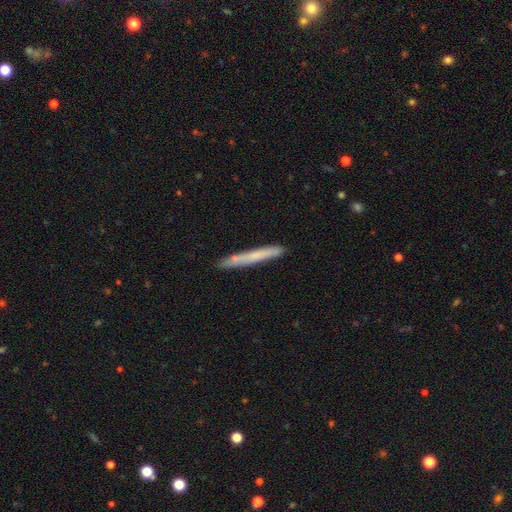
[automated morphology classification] Smooth or featured? smooth (63%)
How rounded? cigar-shaped (97%)
Merging? none (87%)